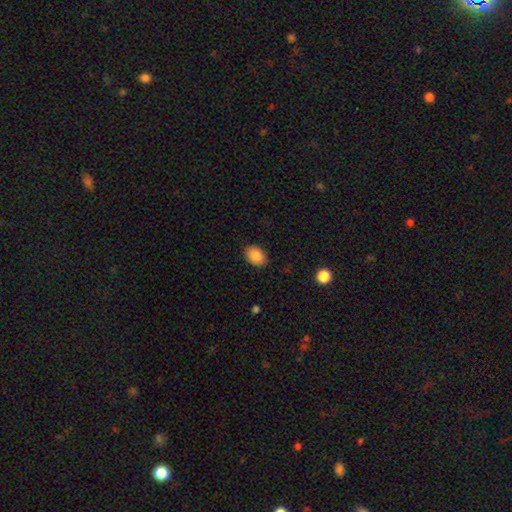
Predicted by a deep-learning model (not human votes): smooth-or-featured: smooth: 87% | star or artifact: 8% | featured or disk: 5%
  how-rounded: in between: 76% | round: 23% | cigar-shaped: 1%
  merging: none: 87% | minor disturbance: 9% | major disturbance: 2% | merger: 1%